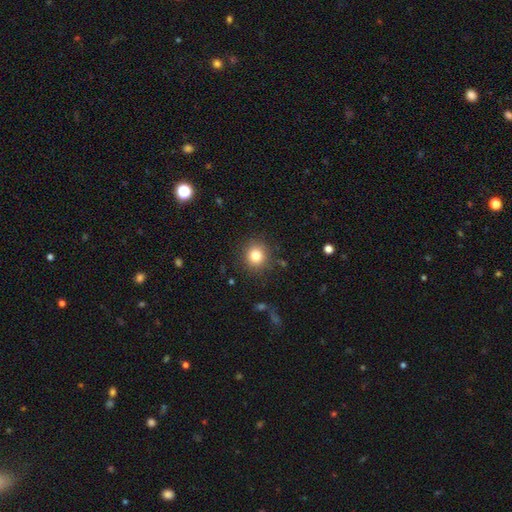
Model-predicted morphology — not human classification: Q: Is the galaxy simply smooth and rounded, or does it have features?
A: smooth — 81%.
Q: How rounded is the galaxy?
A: round — 88%.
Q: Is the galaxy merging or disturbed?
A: none — 87%.